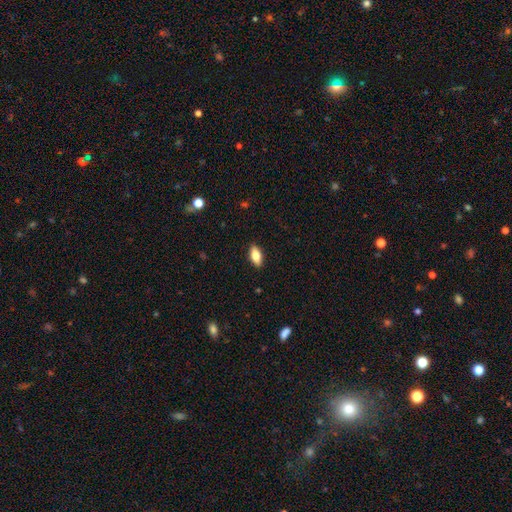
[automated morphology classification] Q: Smooth or featured?
A: smooth (78%); runner-up: featured or disk (15%)
Q: How rounded?
A: in between (86%); runner-up: cigar-shaped (11%)
Q: Merging?
A: none (89%); runner-up: minor disturbance (8%)